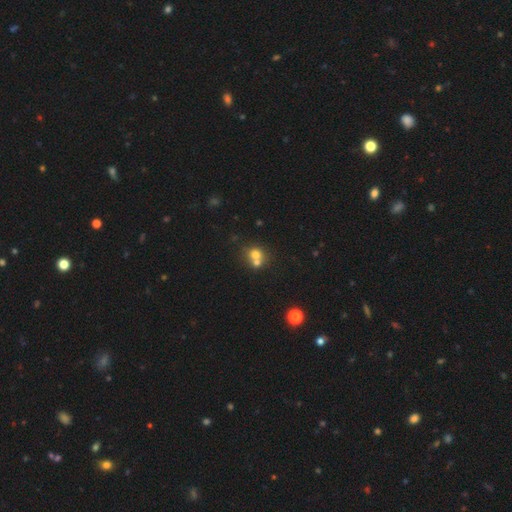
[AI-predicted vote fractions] This appears to be a smooth galaxy with no disk features (69%) that is round (79%). Merging: merger (52%).